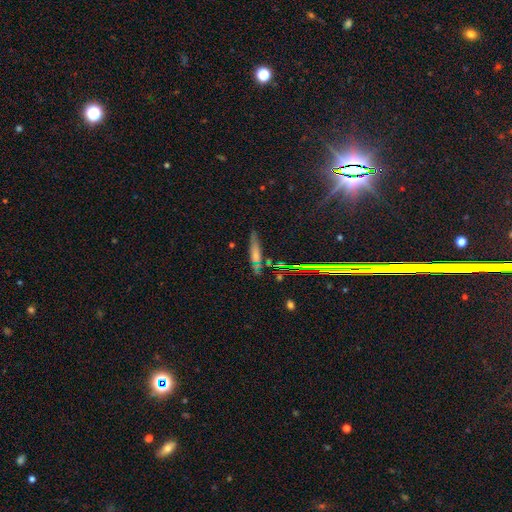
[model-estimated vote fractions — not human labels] Overall: smooth (56%; featured or disk 24%). How rounded: cigar-shaped (75%). Merging: none (66%).